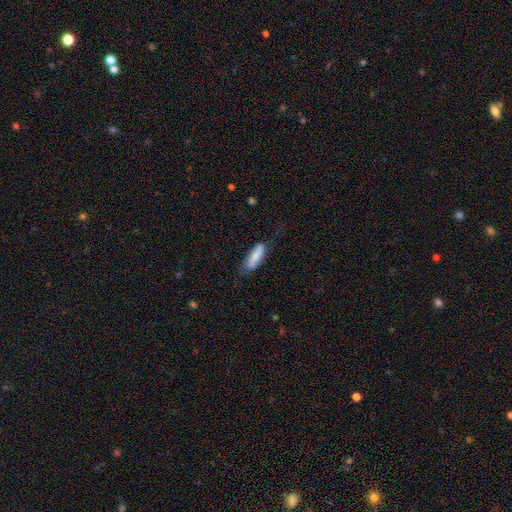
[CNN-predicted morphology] The model was most divided on "how rounded": in between: 51%, cigar-shaped: 47%, round: 2%. More confident: smooth or featured — smooth (78%); merging — none (61%).